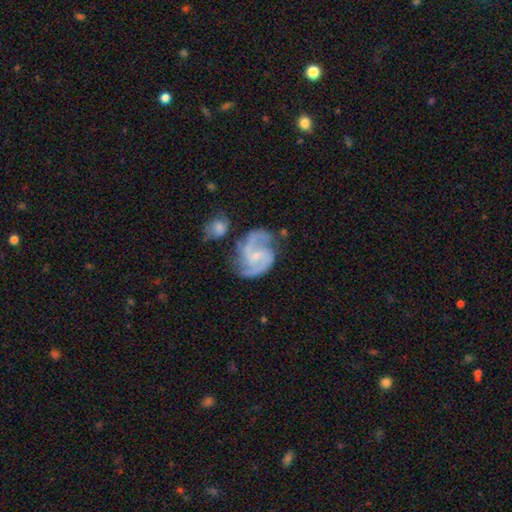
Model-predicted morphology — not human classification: The model was most divided on "bar": weak: 50%, no: 35%, strong: 14%. More confident: edge-on disk — no (98%); spiral arms — yes (97%); smooth or featured — featured or disk (88%); spiral arm count — 2 (85%); bulge size — small (68%); merging — none (58%); spiral winding — medium (58%).